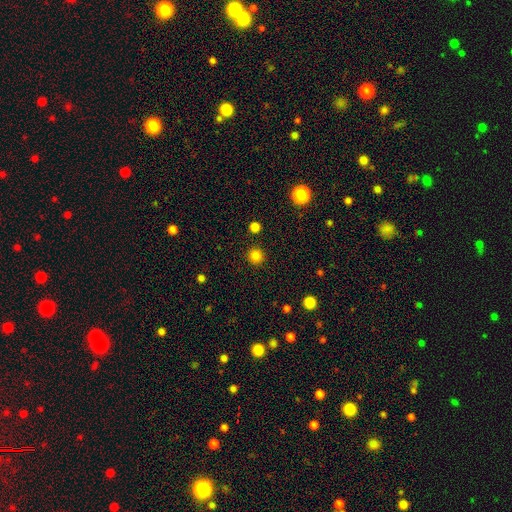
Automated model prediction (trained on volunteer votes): A smooth galaxy with no disk features (83%) that is round (95%). Merging: none (92%).